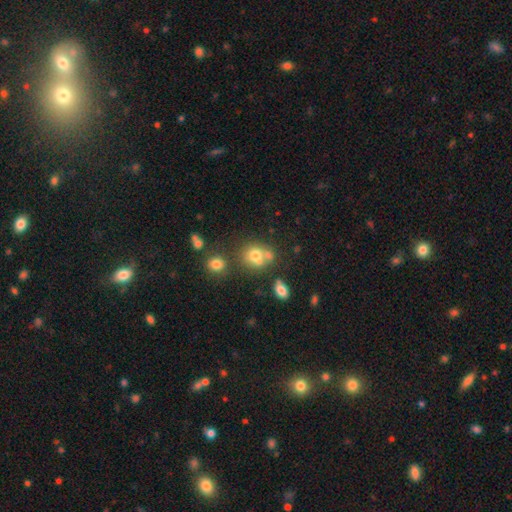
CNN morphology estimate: A smooth galaxy with no disk features (70%) that is round (69%).

Vote fractions:
- Smooth or featured? smooth: 70% / featured or disk: 16% / star or artifact: 14%
- How rounded? round: 69% / in between: 30% / cigar-shaped: 1%
- Merging? none: 45% / merger: 35% / minor disturbance: 14% / major disturbance: 6%